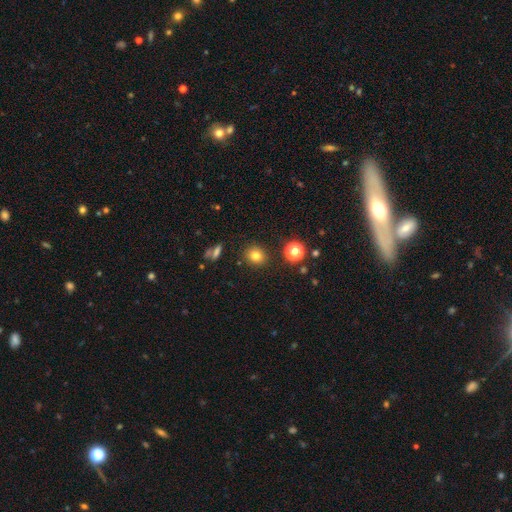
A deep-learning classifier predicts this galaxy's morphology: A smooth galaxy with no disk features (79%) that is round (79%). Merging: none (88%).